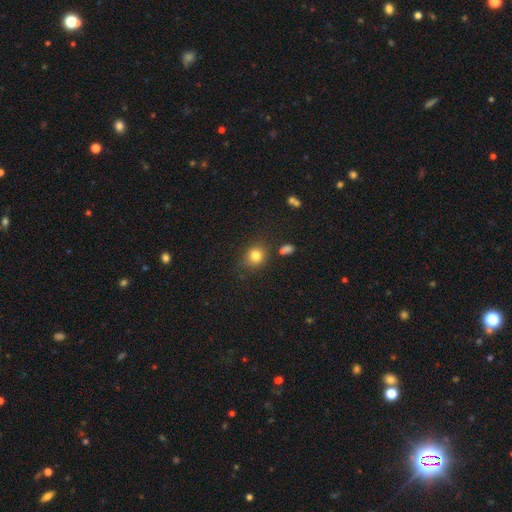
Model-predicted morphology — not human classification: Smooth or featured? Predicted: smooth (p=0.81). How rounded? Predicted: round (p=0.72). Merging? Predicted: none (p=0.75).